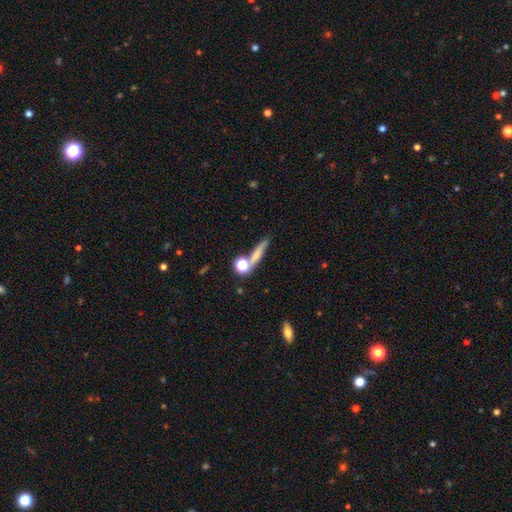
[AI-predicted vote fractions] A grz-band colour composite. It shows a smooth galaxy with no disk features (65%) that is cigar-shaped (67%). Merging: none (61%).